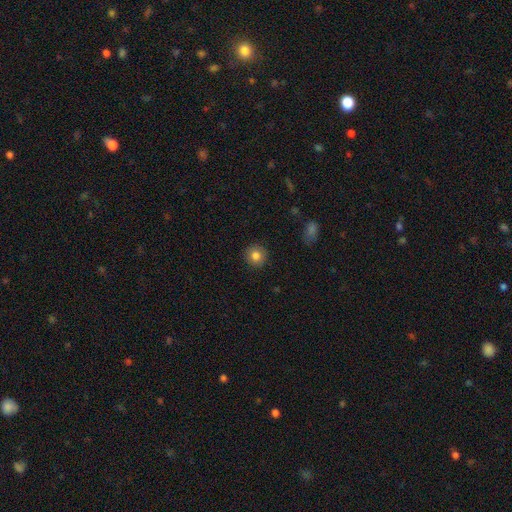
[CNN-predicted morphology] This is clearly a smooth galaxy (83%). How rounded: clearly round (93%). Merging: clearly none (91%).